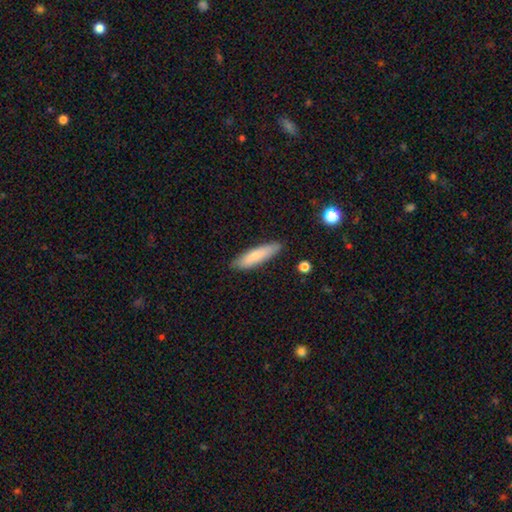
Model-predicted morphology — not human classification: A smooth galaxy with no disk features (77%) that is cigar-shaped (72%).

Vote fractions:
- Smooth or featured? smooth: 77% / featured or disk: 17% / star or artifact: 6%
- How rounded? cigar-shaped: 72% / in between: 27% / round: 1%
- Merging? none: 85% / minor disturbance: 12% / major disturbance: 2% / merger: 1%